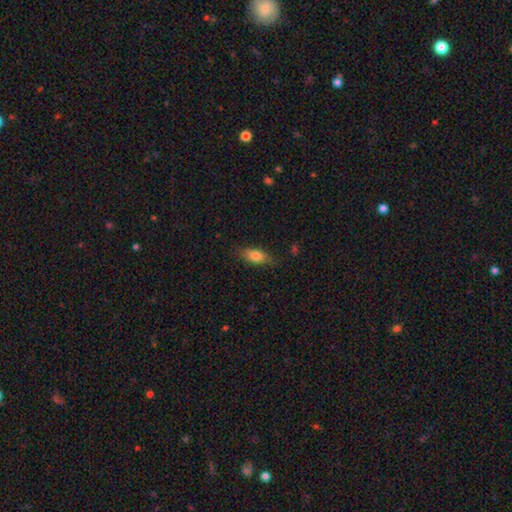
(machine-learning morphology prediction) Overall: smooth (79%). How rounded: in between (80%). Merging: none (78%).